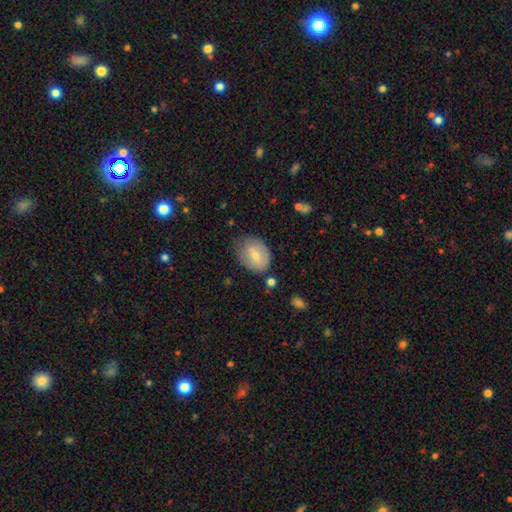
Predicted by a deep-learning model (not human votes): smooth 65%, featured or disk 28%, star or artifact 7%. Down the decision tree: how rounded — in between (70%); merging — none (60%).